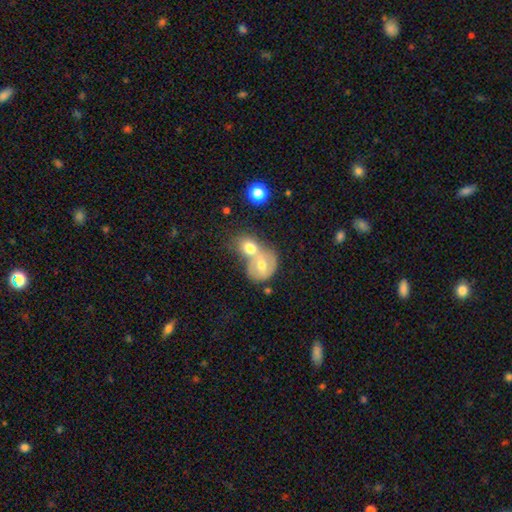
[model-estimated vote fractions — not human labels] Overall: featured or disk (48%; smooth 41%). Merging: merger (61%; none 26%).